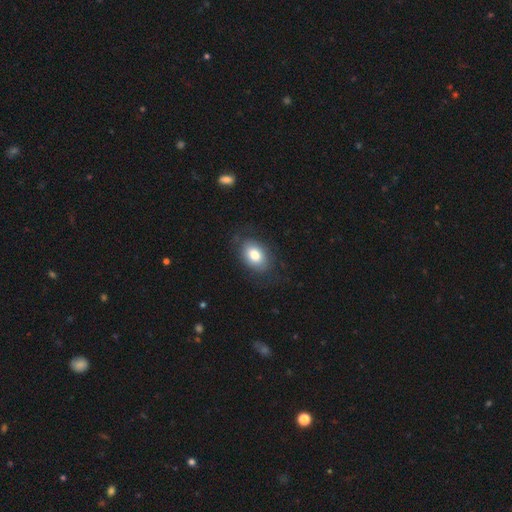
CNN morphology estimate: Smooth or featured: smooth — 77% (featured or disk — 16%)
How rounded: in between — 85% (round — 14%)
Merging: none — 75% (minor disturbance — 16%)